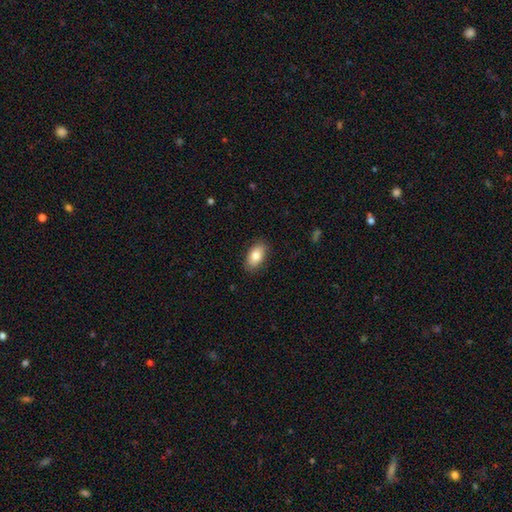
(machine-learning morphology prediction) This is clearly a smooth galaxy (81%). How rounded: clearly in between (92%). Merging: clearly none (87%).